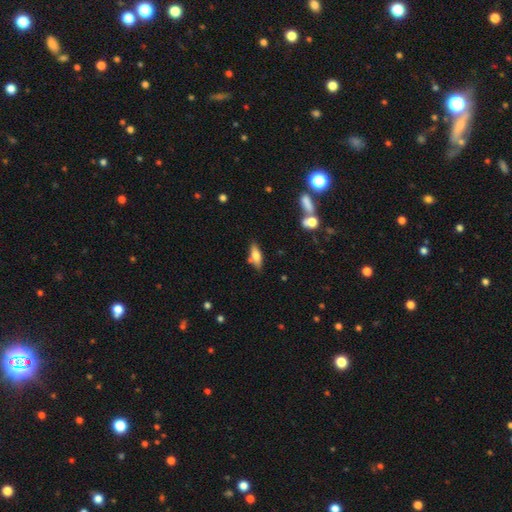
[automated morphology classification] Smooth or featured: smooth — 67% (featured or disk — 26%)
How rounded: in between — 64% (cigar-shaped — 33%)
Merging: none — 72% (minor disturbance — 15%)